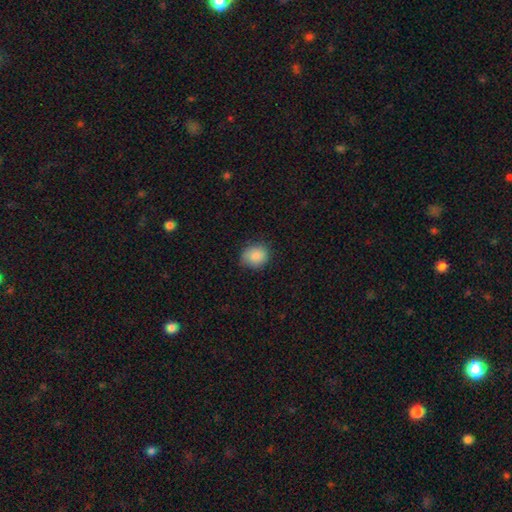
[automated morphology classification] This appears to be a smooth galaxy with no disk features (88%) that is round (71%). Merging: none (76%).